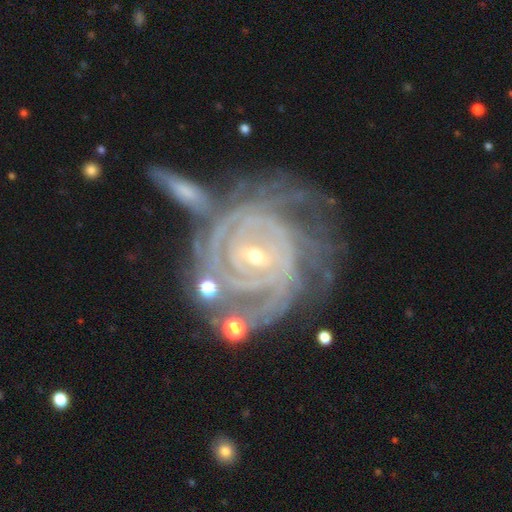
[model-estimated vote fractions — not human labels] A featured or disk galaxy (92%) with no bar (39%), 4 (25%) tight (83%) spiral arms (98%) and a small central bulge (71%). Merging: none (46%).